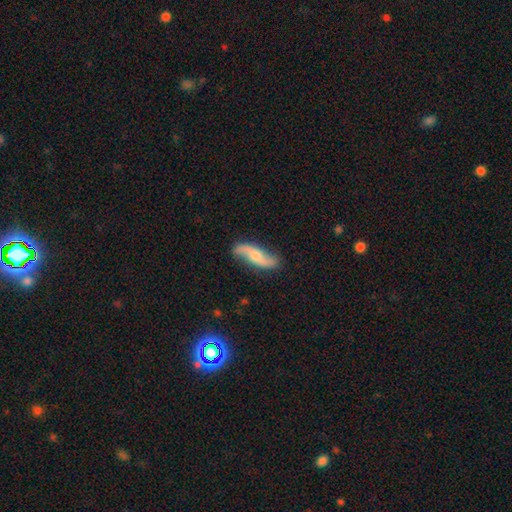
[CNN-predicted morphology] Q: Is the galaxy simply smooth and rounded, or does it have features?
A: featured or disk — 73%.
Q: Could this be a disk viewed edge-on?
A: no — 85%.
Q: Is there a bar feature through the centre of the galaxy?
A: no — 60%.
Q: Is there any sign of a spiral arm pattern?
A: yes — 94%.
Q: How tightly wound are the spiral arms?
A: loose — 81%.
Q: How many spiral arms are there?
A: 2 — 92%.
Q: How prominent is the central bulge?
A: moderate — 53%.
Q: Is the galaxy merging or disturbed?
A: none — 80%.